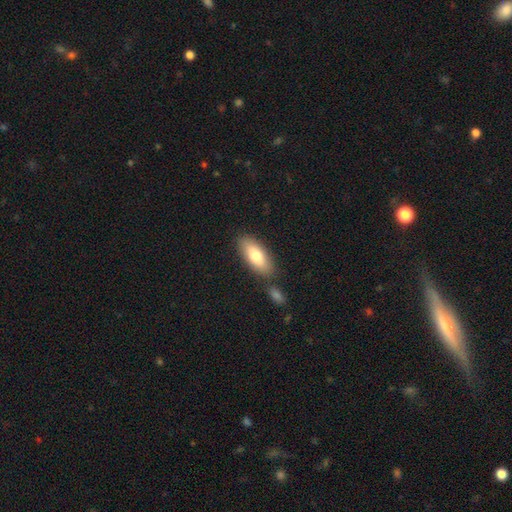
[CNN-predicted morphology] A smooth galaxy with no disk features (76%) that is in between round and cigar-shaped (81%). Merging: none (75%).